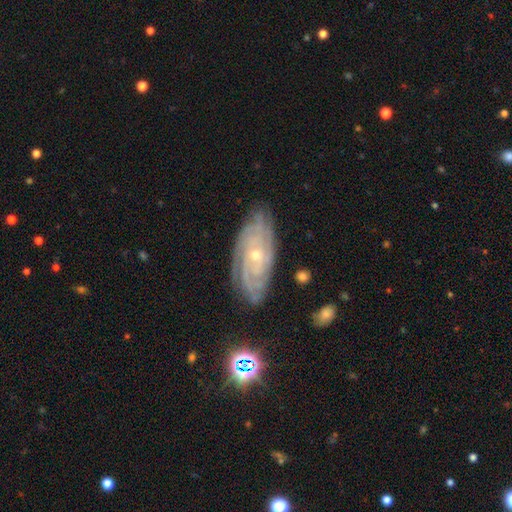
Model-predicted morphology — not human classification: Smooth or featured? featured or disk (84%)
Edge-on disk? no (93%)
Bar? no (75%)
Spiral arms? yes (97%)
Spiral winding? tight (78%)
Spiral arm count? can't tell (34%)
Bulge size? small (68%)
Merging? none (78%)